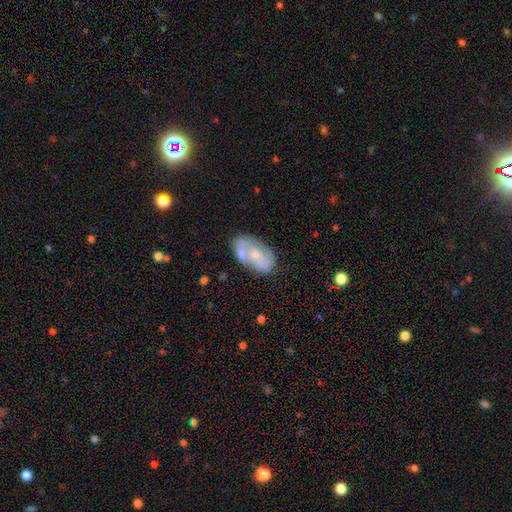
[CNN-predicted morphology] Q: Smooth or featured?
A: featured or disk (61%); runner-up: smooth (32%)
Q: Edge-on disk?
A: no (95%); runner-up: yes (5%)
Q: Bar?
A: no (69%); runner-up: weak (25%)
Q: Spiral arms?
A: yes (61%); runner-up: no (39%)
Q: Bulge size?
A: moderate (45%); runner-up: small (42%)
Q: Merging?
A: none (56%); runner-up: minor disturbance (22%)